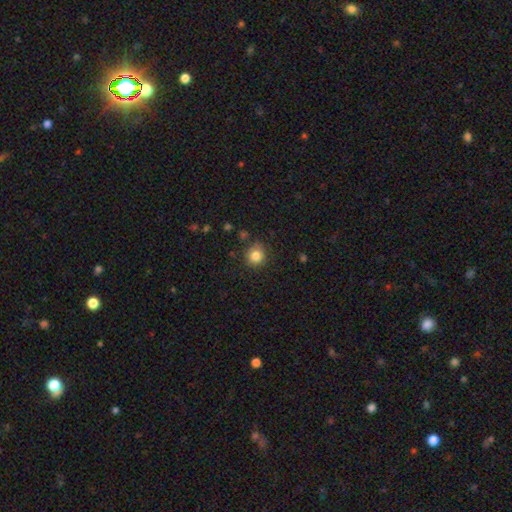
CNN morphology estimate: This appears to be a smooth galaxy with no disk features (83%) that is round (89%). Merging: none (83%).